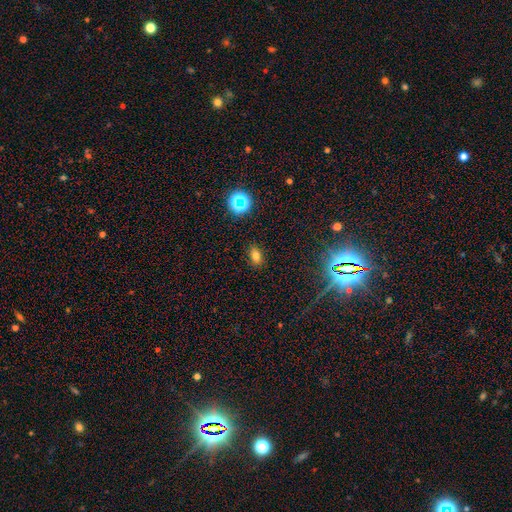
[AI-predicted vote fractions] Smooth or featured?
  - smooth: 74% *
  - star or artifact: 18%
  - featured or disk: 8%
How rounded?
  - in between: 81% *
  - round: 17%
  - cigar-shaped: 2%
Merging?
  - none: 87% *
  - minor disturbance: 9%
  - major disturbance: 3%
  - merger: 1%